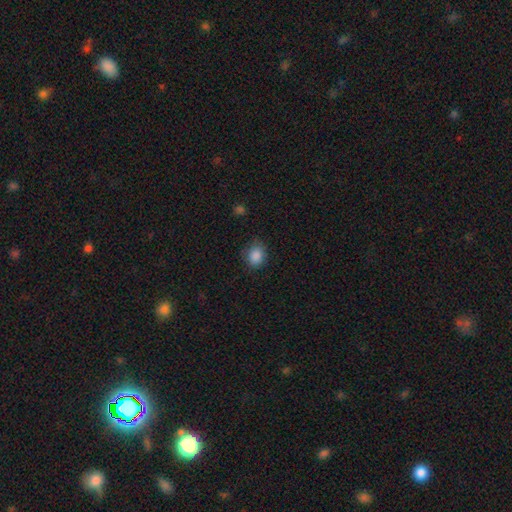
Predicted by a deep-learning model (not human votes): Morphology: type=smooth (87%); roundness=round (52%); merging=none (74%).